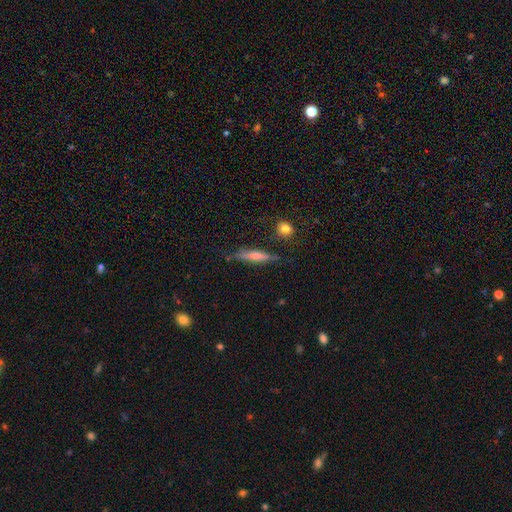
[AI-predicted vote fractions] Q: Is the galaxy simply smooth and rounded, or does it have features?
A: featured or disk — 49%.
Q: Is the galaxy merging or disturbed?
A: none — 77%.